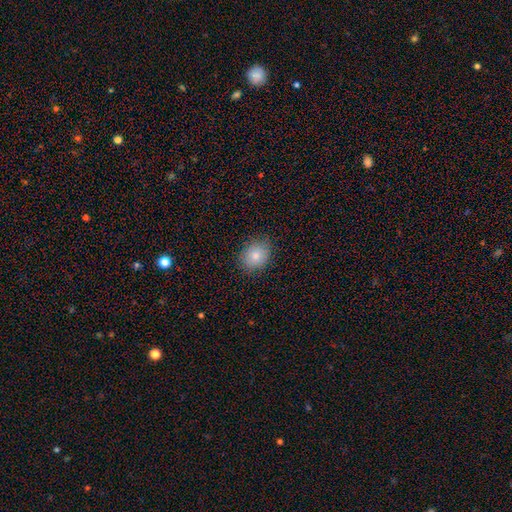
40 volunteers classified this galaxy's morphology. Smooth or featured?
  - smooth: 88% *
  - star or artifact: 8%
  - featured or disk: 5%
How rounded?
  - round: 57% *
  - in between: 43%
  - cigar-shaped: 0%
Merging?
  - none: 86% *
  - minor disturbance: 11%
  - major disturbance: 3%
  - merger: 0%